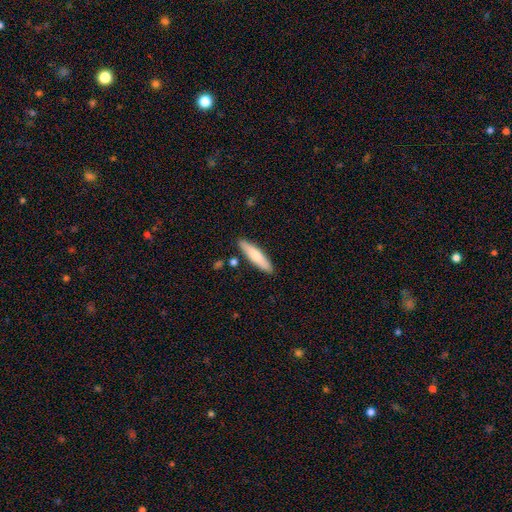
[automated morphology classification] The model was most divided on "smooth or featured": smooth: 71%, featured or disk: 23%, star or artifact: 5%. More confident: merging — none (87%); how rounded — cigar-shaped (77%).